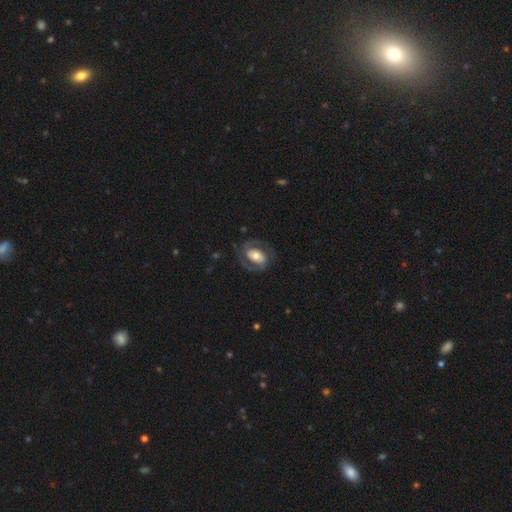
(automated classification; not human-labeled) A featured or disk galaxy (69%) with no bar (46%), 2 (85%) medium (47%) spiral arms (79%) and a moderate central bulge (57%). Merging: none (72%).